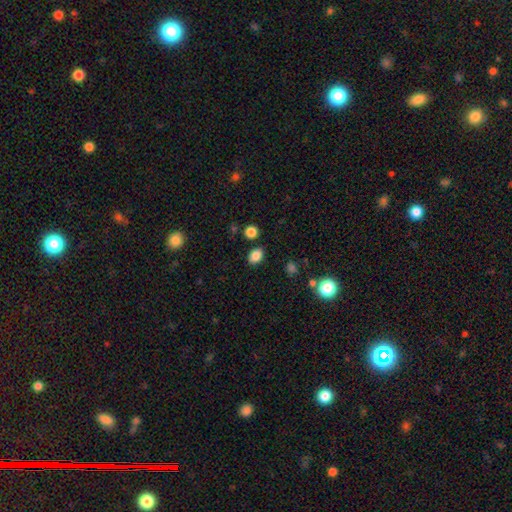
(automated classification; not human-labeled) This is clearly a smooth galaxy (85%). How rounded: likely in between (69%). Merging: clearly none (85%).